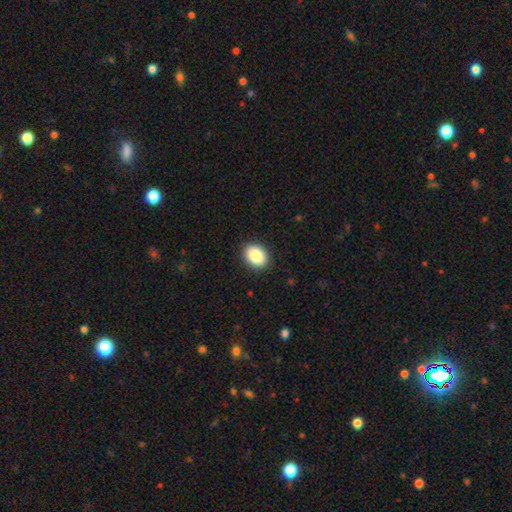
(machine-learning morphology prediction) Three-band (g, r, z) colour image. It shows a smooth galaxy with no disk features (88%) that is in between round and cigar-shaped (70%). Merging: none (90%).